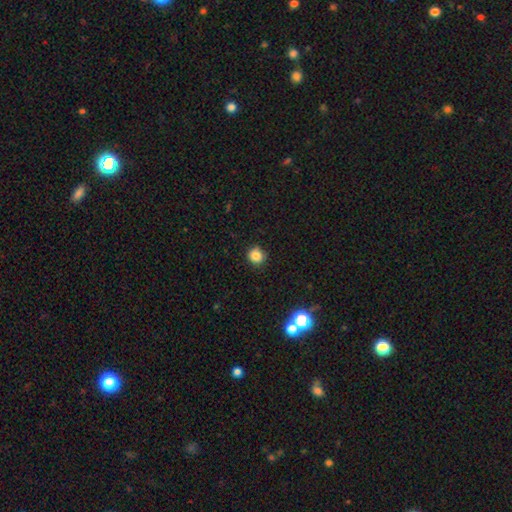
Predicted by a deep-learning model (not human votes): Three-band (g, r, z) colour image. It shows a smooth galaxy with no disk features (83%) that is round (88%). Merging: none (84%).